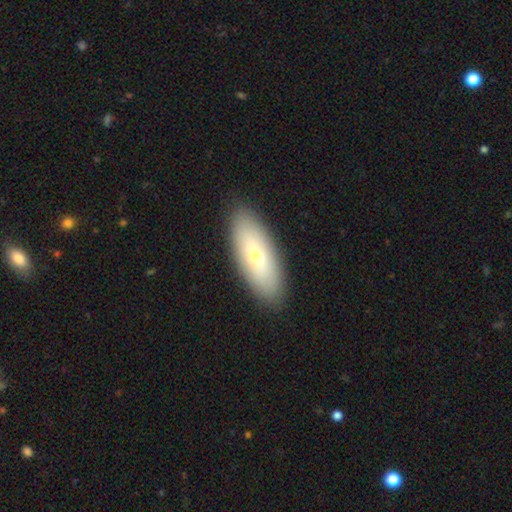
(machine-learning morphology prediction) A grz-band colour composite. It shows a smooth galaxy with no disk features (63%) that is in between round and cigar-shaped (74%). Merging: none (90%).